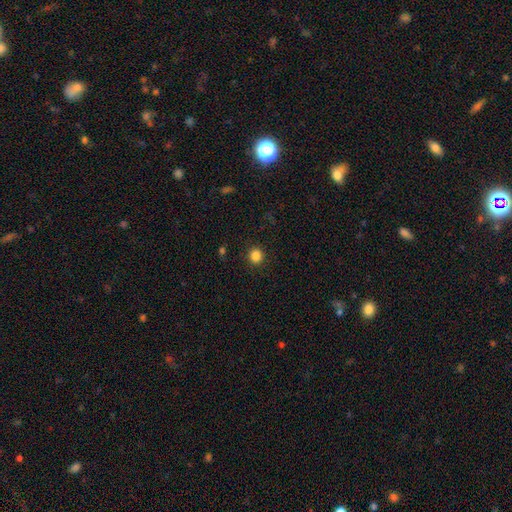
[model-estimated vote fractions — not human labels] A smooth galaxy with no disk features (85%) that is round (91%).

Vote fractions:
- Smooth or featured? smooth: 85% / star or artifact: 11% / featured or disk: 4%
- How rounded? round: 91% / in between: 8% / cigar-shaped: 1%
- Merging? none: 92% / minor disturbance: 5% / major disturbance: 2% / merger: 1%